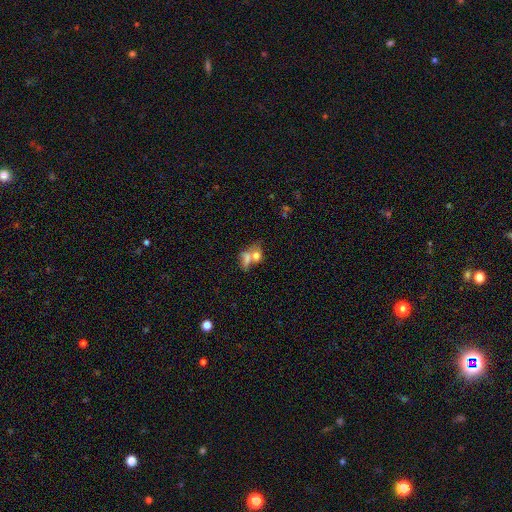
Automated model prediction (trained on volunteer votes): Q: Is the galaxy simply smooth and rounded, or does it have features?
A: smooth — 68%.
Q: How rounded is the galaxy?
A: in between — 61%.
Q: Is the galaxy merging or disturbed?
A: merger — 59%.